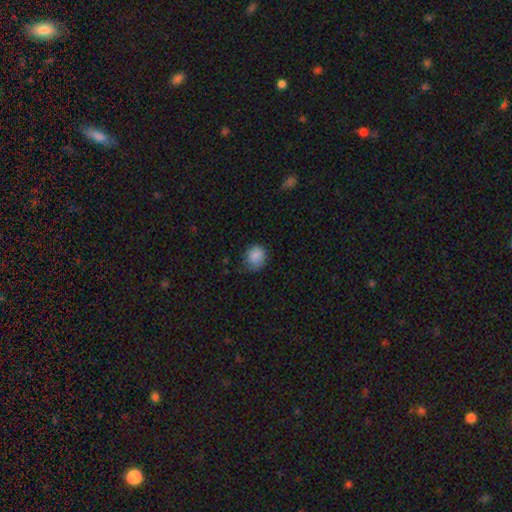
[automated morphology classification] Smooth or featured?
  - smooth: 86% *
  - star or artifact: 8%
  - featured or disk: 5%
How rounded?
  - round: 71% *
  - in between: 28%
  - cigar-shaped: 1%
Merging?
  - none: 67% *
  - minor disturbance: 26%
  - major disturbance: 6%
  - merger: 1%